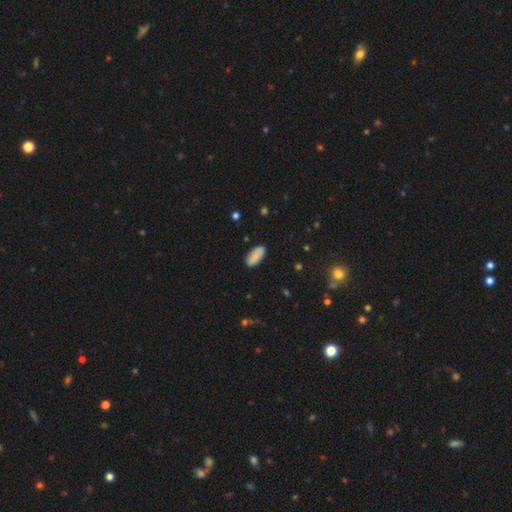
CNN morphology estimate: Smooth or featured? Predicted: smooth (p=0.84). How rounded? Predicted: in between (p=0.89). Merging? Predicted: none (p=0.83).